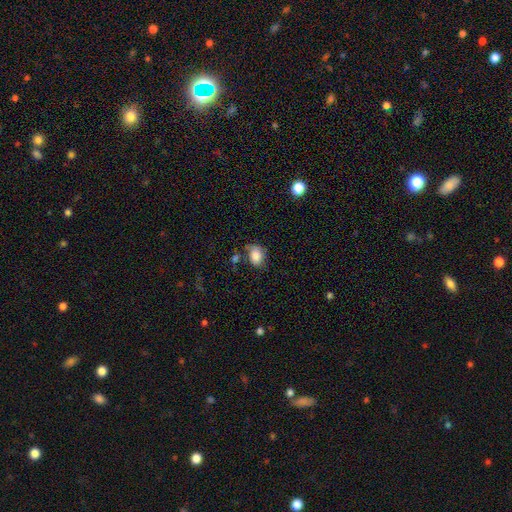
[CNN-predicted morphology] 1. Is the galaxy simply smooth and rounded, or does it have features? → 82% smooth, 9% featured or disk, 9% star or artifact.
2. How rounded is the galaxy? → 72% in between, 26% round, 1% cigar-shaped.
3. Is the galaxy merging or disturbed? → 49% none, 30% minor disturbance, 12% major disturbance, 9% merger.